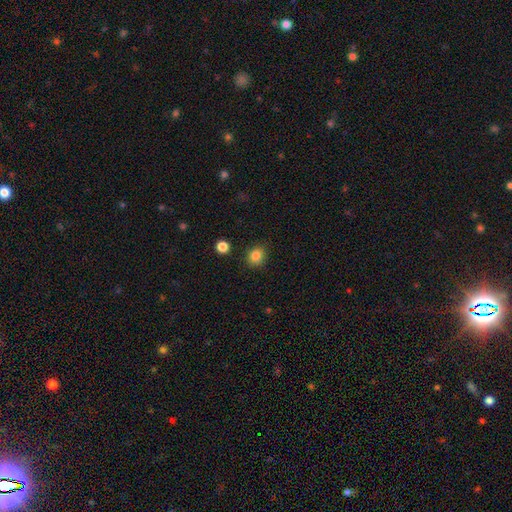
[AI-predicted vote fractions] This appears to be a smooth galaxy with no disk features (85%) that is round (69%). Merging: none (86%).